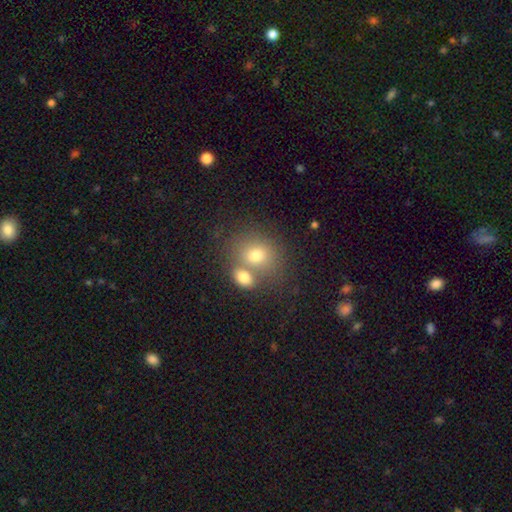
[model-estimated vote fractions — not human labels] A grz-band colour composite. It shows a smooth galaxy with no disk features (73%) that is round (60%). Merging: merger (44%).